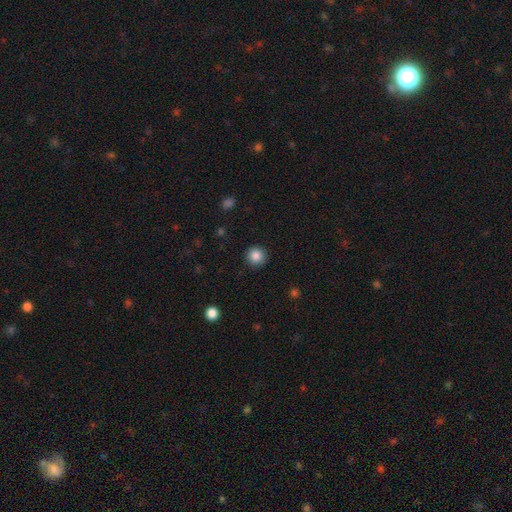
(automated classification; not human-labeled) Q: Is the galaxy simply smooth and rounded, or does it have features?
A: smooth — 86%.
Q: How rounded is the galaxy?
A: round — 94%.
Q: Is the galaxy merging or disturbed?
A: none — 92%.